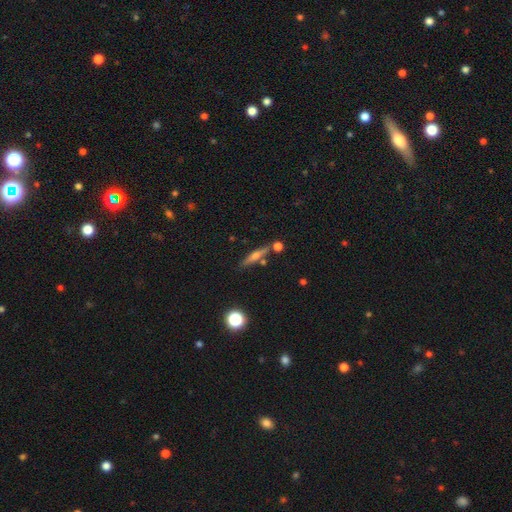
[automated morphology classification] type=featured or disk (51%); edge-on=yes (94%); merging=none (76%).